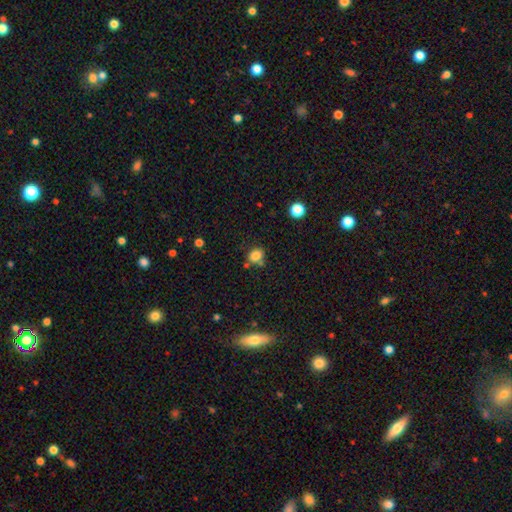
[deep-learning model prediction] The model was most divided on "how rounded": round: 60%, in between: 39%, cigar-shaped: 1%. More confident: smooth or featured — smooth (81%); merging — none (67%).